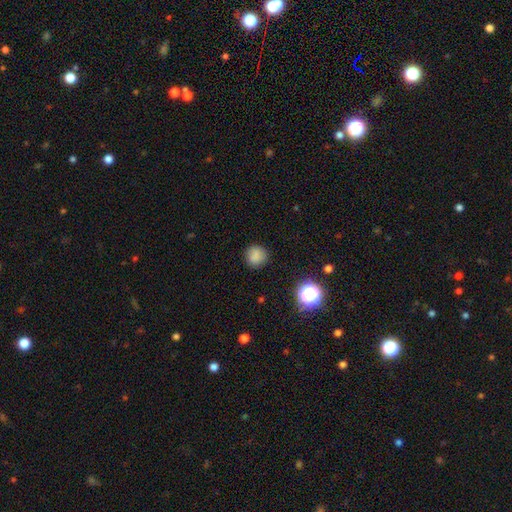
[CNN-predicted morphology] Smooth or featured? smooth (82%)
How rounded? round (90%)
Merging? none (87%)